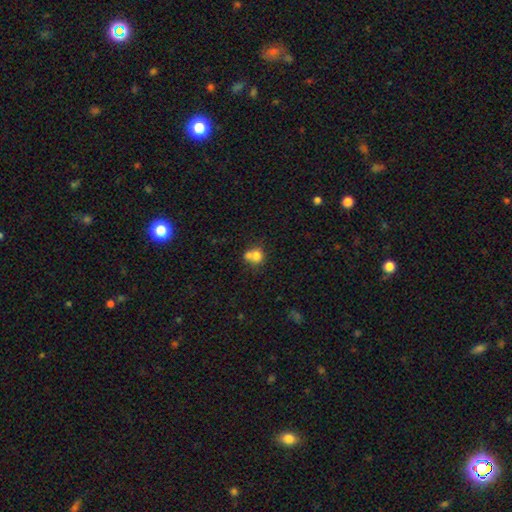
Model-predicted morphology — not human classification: type=smooth (75%); roundness=round (79%); merging=merger (53%).